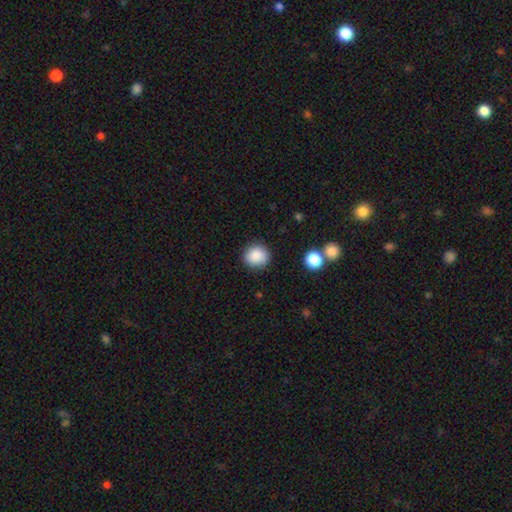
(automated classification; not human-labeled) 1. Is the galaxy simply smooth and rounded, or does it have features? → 87% smooth, 9% star or artifact, 5% featured or disk.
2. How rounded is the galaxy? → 85% round, 14% in between, 1% cigar-shaped.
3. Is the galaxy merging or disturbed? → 87% none, 9% minor disturbance, 3% major disturbance, 2% merger.